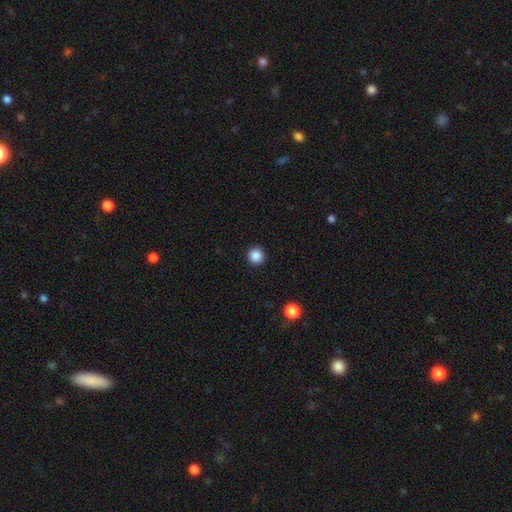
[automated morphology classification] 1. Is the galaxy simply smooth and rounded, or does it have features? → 87% smooth, 10% star or artifact, 3% featured or disk.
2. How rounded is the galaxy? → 94% round, 5% in between, 1% cigar-shaped.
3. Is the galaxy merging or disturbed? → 93% none, 4% minor disturbance, 2% major disturbance, 1% merger.